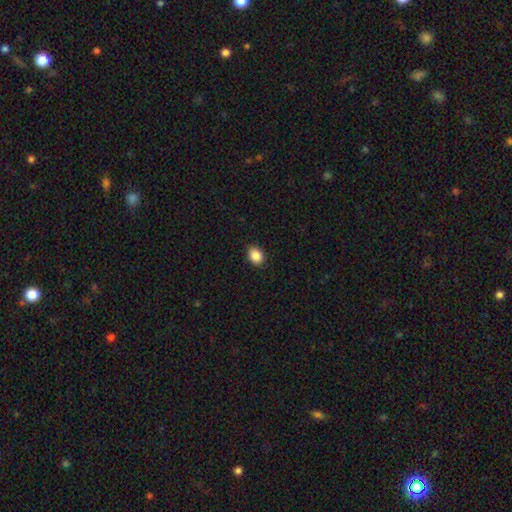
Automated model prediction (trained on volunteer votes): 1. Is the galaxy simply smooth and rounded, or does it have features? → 87% smooth, 9% star or artifact, 4% featured or disk.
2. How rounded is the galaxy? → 63% in between, 36% round, 1% cigar-shaped.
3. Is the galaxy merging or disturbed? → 88% none, 9% minor disturbance, 2% major disturbance, 1% merger.